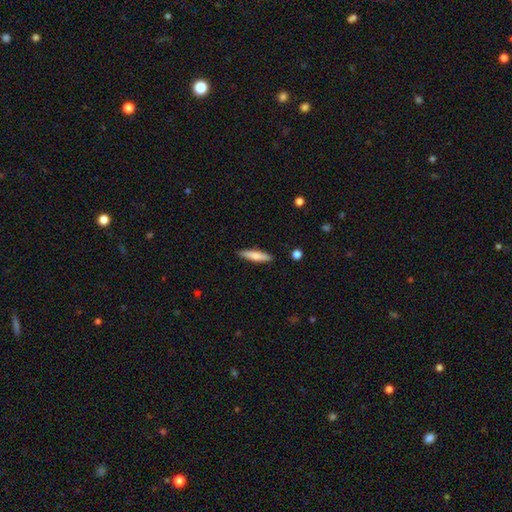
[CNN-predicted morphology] Smooth or featured: smooth — 71% (featured or disk — 23%)
How rounded: cigar-shaped — 80% (in between — 19%)
Merging: none — 89% (minor disturbance — 8%)